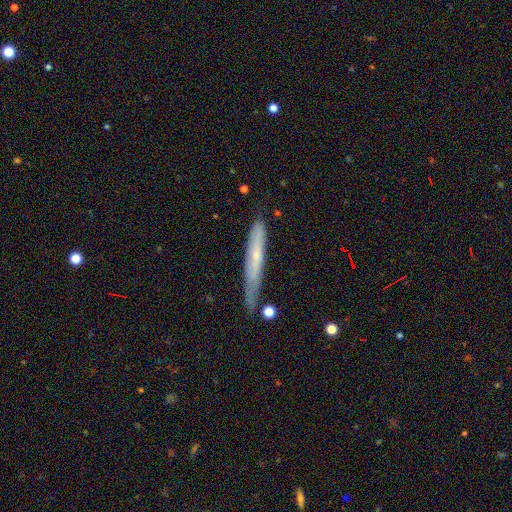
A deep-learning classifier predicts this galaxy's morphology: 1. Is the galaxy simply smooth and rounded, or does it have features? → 47% smooth, 45% featured or disk, 8% star or artifact.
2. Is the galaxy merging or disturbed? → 67% none, 25% minor disturbance, 5% major disturbance, 4% merger.